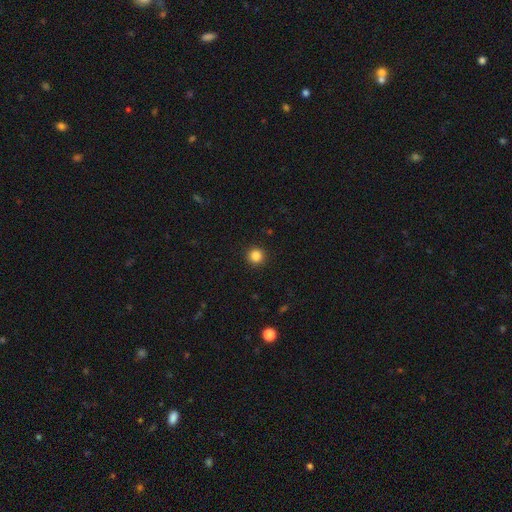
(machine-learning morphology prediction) Smooth or featured? Predicted: smooth (p=0.85). How rounded? Predicted: round (p=0.96). Merging? Predicted: none (p=0.93).